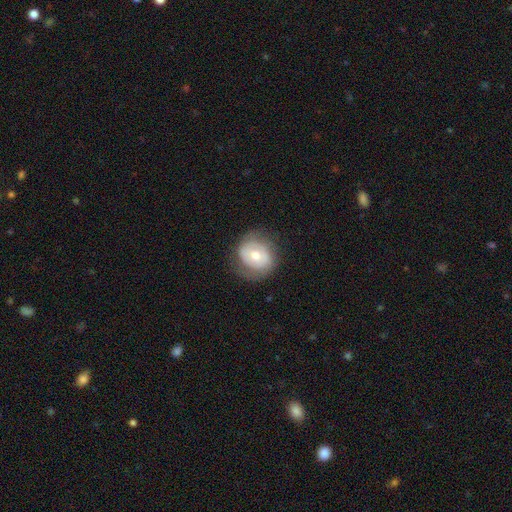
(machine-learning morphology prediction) The model was most divided on "smooth or featured": smooth: 48%, featured or disk: 45%, star or artifact: 7%. More confident: merging — none (70%).